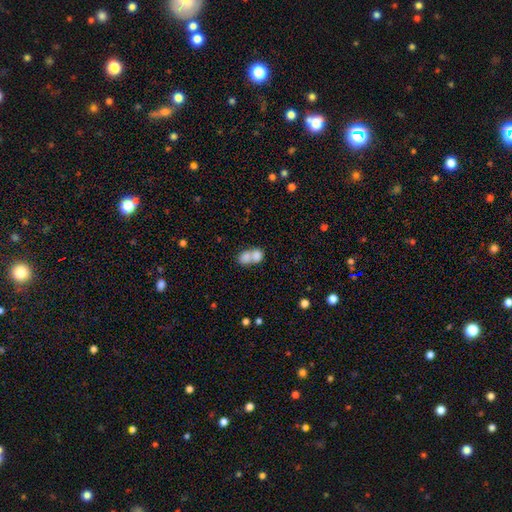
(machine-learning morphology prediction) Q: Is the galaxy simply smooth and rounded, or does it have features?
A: smooth — 76%.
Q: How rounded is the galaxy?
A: in between — 54%.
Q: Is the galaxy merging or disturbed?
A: merger — 75%.